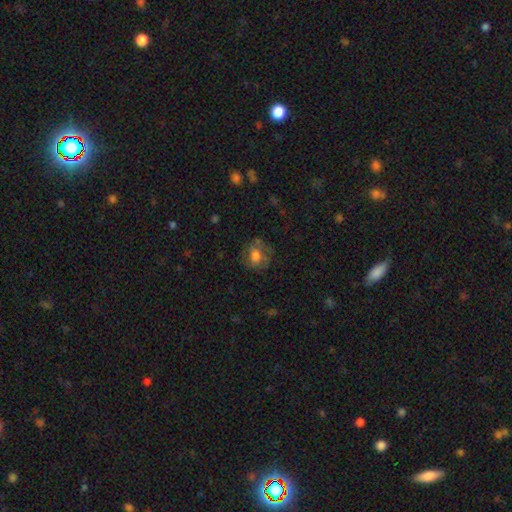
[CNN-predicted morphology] A smooth galaxy with no disk features (57%) that is round (59%).

Vote fractions:
- Smooth or featured? smooth: 57% / featured or disk: 32% / star or artifact: 11%
- How rounded? round: 59% / in between: 40% / cigar-shaped: 1%
- Merging? none: 56% / minor disturbance: 23% / major disturbance: 19% / merger: 2%